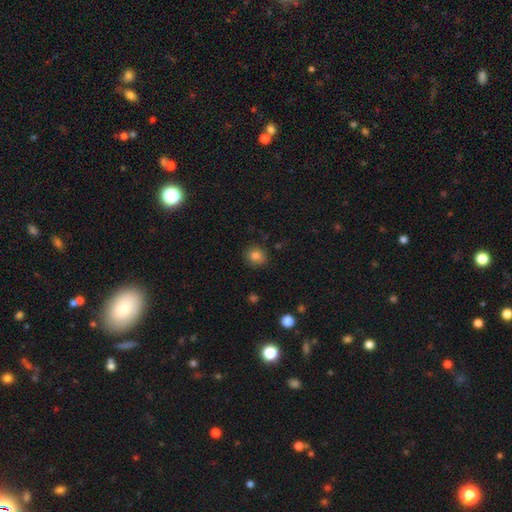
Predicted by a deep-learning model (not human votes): Smooth or featured: smooth — 83% (star or artifact — 11%)
How rounded: round — 77% (in between — 23%)
Merging: none — 85% (minor disturbance — 11%)